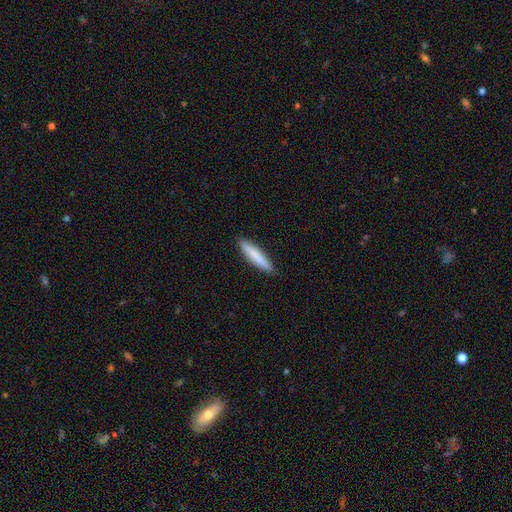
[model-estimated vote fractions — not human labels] Smooth or featured: smooth — 79% (featured or disk — 15%)
How rounded: cigar-shaped — 90% (in between — 9%)
Merging: none — 90% (minor disturbance — 7%)